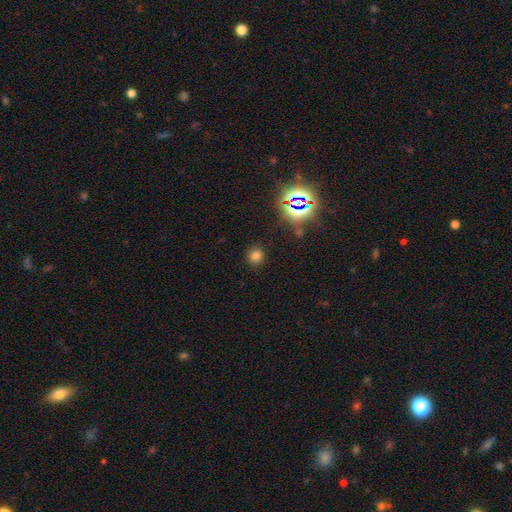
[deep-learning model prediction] Overall: smooth (72%). How rounded: round (88%). Merging: none (88%).